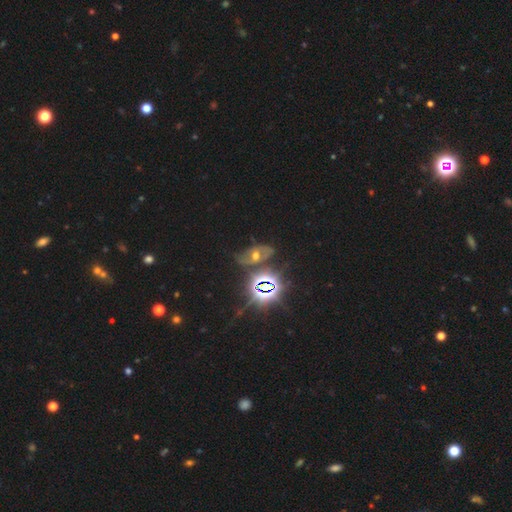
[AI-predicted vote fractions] smooth_or_featured: star or artifact (p=0.45) [alt: featured or disk p=0.35]